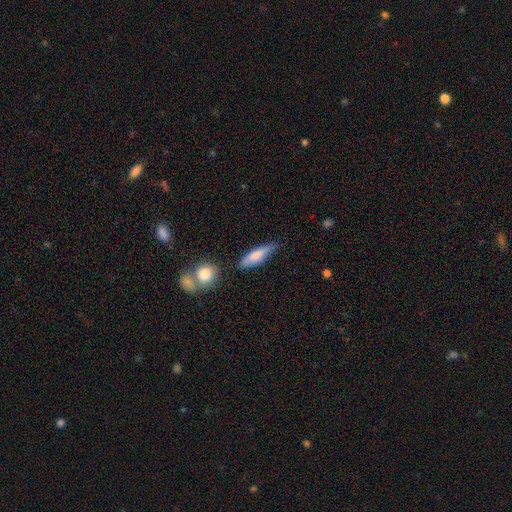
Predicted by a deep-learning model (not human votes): Smooth or featured: smooth — 73% (featured or disk — 20%)
How rounded: cigar-shaped — 63% (in between — 35%)
Merging: none — 71% (minor disturbance — 18%)